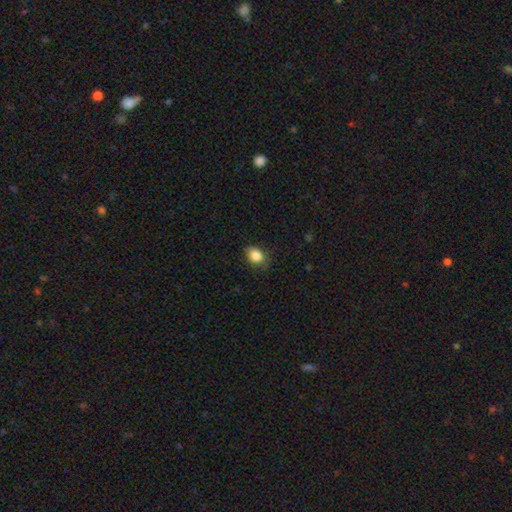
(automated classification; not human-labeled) smooth-or-featured: smooth: 85% | star or artifact: 9% | featured or disk: 6%
  how-rounded: in between: 61% | round: 38% | cigar-shaped: 1%
  merging: none: 73% | minor disturbance: 22% | major disturbance: 4% | merger: 1%